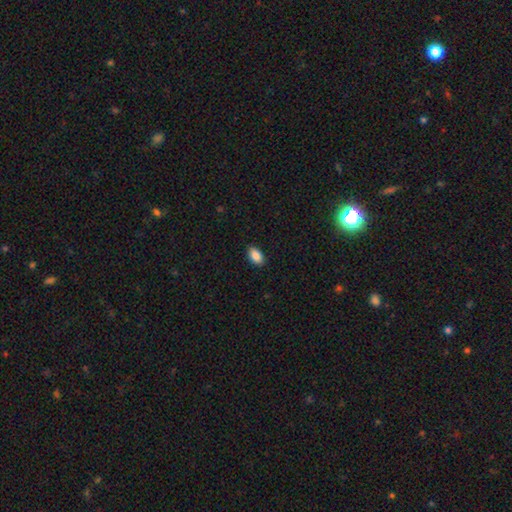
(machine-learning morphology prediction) Overall: smooth (88%). How rounded: in between (93%). Merging: none (90%).